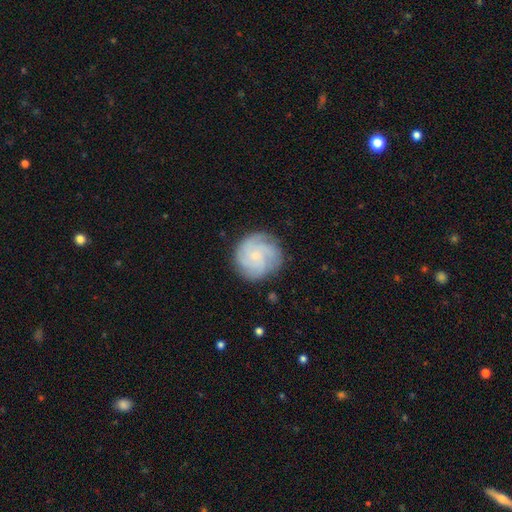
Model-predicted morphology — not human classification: featured or disk 71%, smooth 22%, star or artifact 7%. Down the decision tree: edge-on disk — no (98%); bar — no (74%); spiral arms — yes (96%); spiral arm count — 4 (34%); spiral winding — tight (58%); bulge size — small (69%); merging — none (81%).